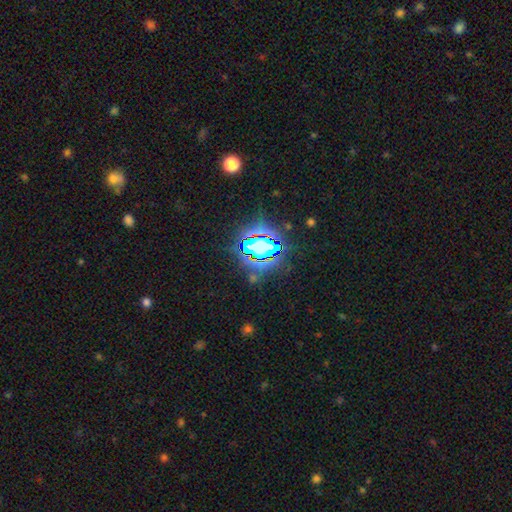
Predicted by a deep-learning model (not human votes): star or artifact 81%, smooth 12%, featured or disk 7%.